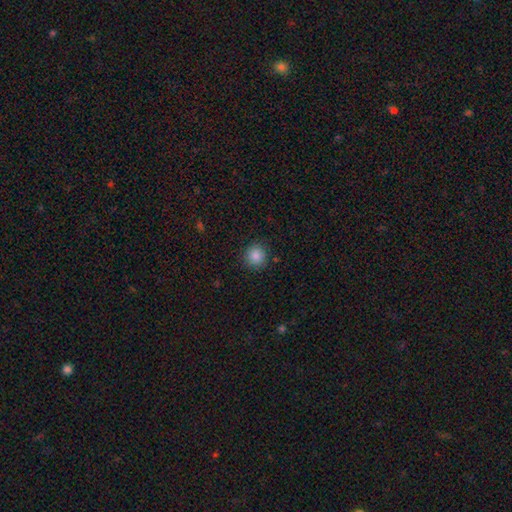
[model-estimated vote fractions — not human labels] smooth 86%, star or artifact 10%, featured or disk 4%. Down the decision tree: how rounded — round (93%); merging — none (89%).